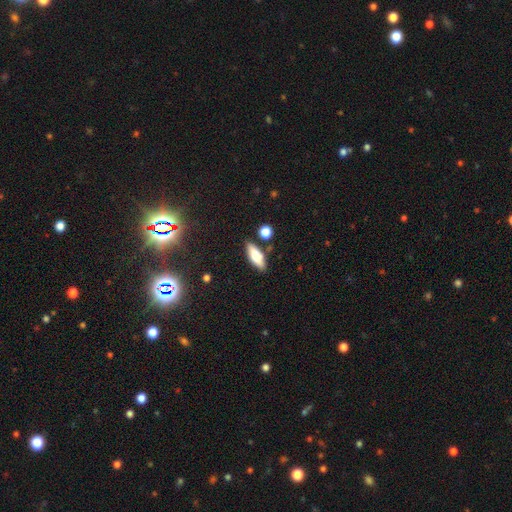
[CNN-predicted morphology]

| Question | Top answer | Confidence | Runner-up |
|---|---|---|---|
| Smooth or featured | smooth | 69% | featured or disk (24%) |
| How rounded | in between | 63% | cigar-shaped (34%) |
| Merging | none | 79% | minor disturbance (11%) |